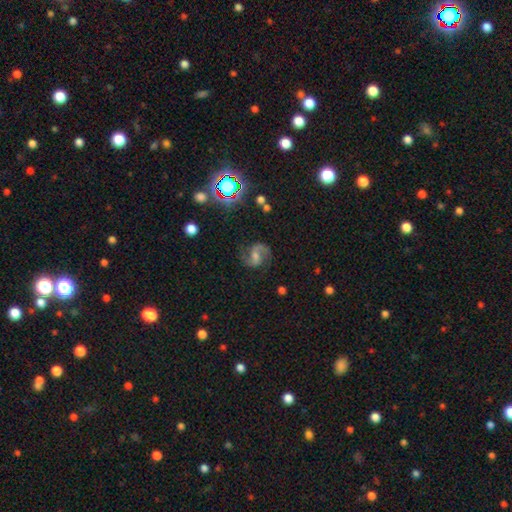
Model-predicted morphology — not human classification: Q: Smooth or featured?
A: featured or disk (80%); runner-up: star or artifact (12%)
Q: Edge-on disk?
A: no (98%); runner-up: yes (2%)
Q: Bar?
A: weak (50%); runner-up: no (25%)
Q: Spiral arms?
A: yes (97%); runner-up: no (3%)
Q: Spiral winding?
A: medium (56%); runner-up: loose (29%)
Q: Spiral arm count?
A: 2 (92%); runner-up: can't tell (3%)
Q: Bulge size?
A: moderate (45%); runner-up: small (40%)
Q: Merging?
A: none (80%); runner-up: minor disturbance (13%)